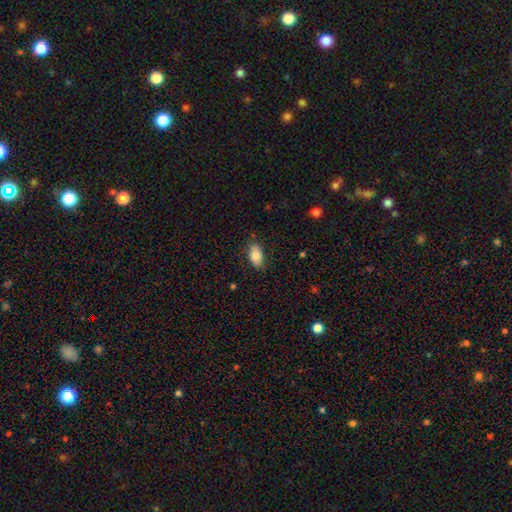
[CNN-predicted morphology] The model was most divided on "smooth or featured": smooth: 79%, featured or disk: 13%, star or artifact: 7%. More confident: how rounded — in between (91%); merging — none (81%).